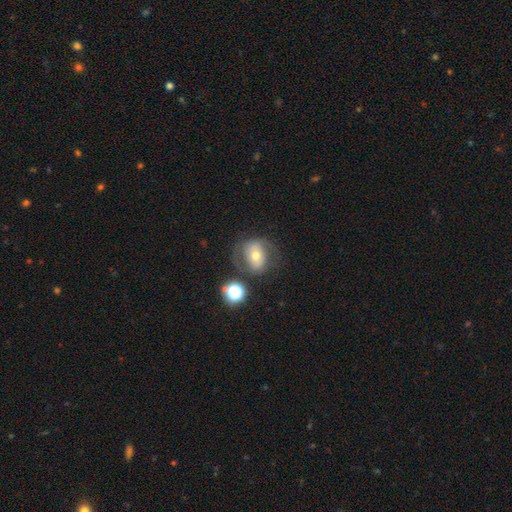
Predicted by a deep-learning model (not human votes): Q: Smooth or featured?
A: featured or disk (49%); runner-up: smooth (39%)
Q: Merging?
A: none (61%); runner-up: minor disturbance (19%)